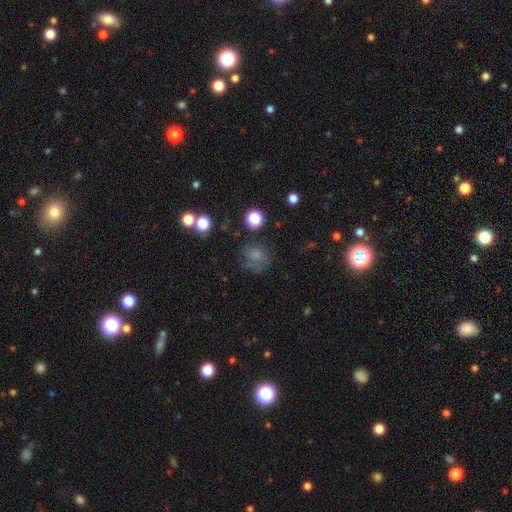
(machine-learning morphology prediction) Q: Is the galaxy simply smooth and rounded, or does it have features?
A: smooth — 67%.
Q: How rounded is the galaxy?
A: round — 70%.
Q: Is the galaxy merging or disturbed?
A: none — 52%.